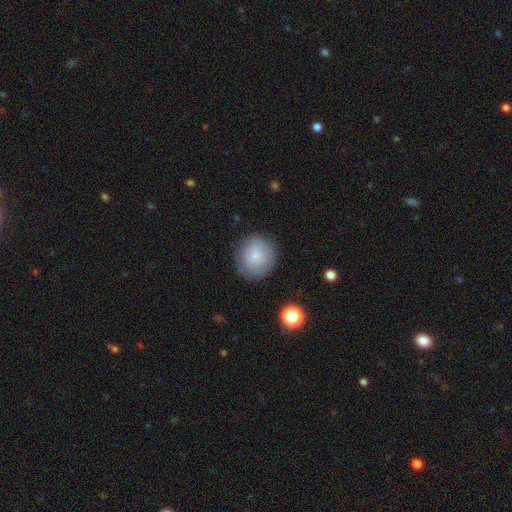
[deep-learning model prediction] Q: Smooth or featured?
A: smooth (66%); runner-up: featured or disk (25%)
Q: How rounded?
A: round (89%); runner-up: in between (10%)
Q: Merging?
A: none (79%); runner-up: minor disturbance (15%)